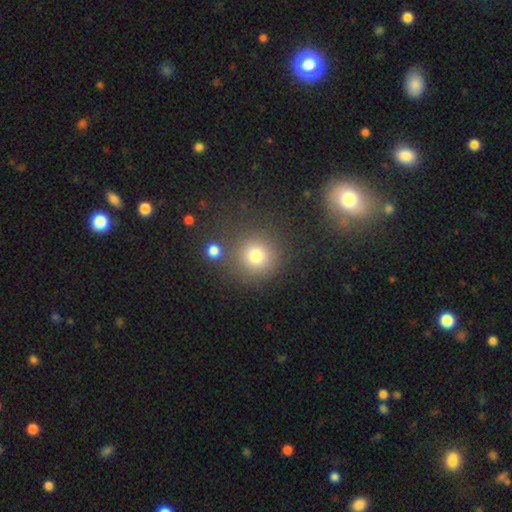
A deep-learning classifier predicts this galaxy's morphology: A smooth galaxy with no disk features (78%) that is round (93%).

Vote fractions:
- Smooth or featured? smooth: 78% / star or artifact: 15% / featured or disk: 8%
- How rounded? round: 93% / in between: 6% / cigar-shaped: 1%
- Merging? none: 78% / minor disturbance: 9% / merger: 9% / major disturbance: 5%